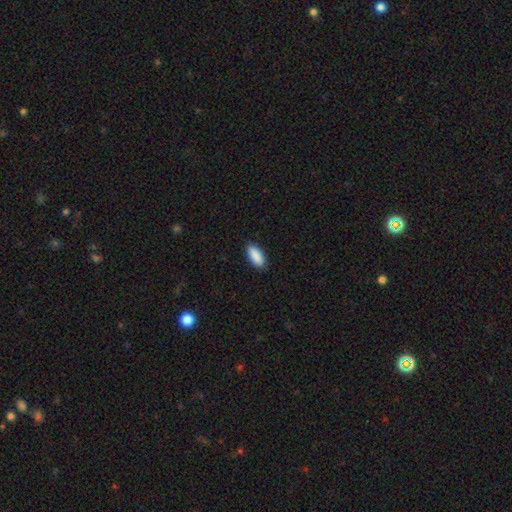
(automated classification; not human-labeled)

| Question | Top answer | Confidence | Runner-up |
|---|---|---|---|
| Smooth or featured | smooth | 91% | star or artifact (6%) |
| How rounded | in between | 83% | cigar-shaped (15%) |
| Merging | none | 90% | minor disturbance (7%) |